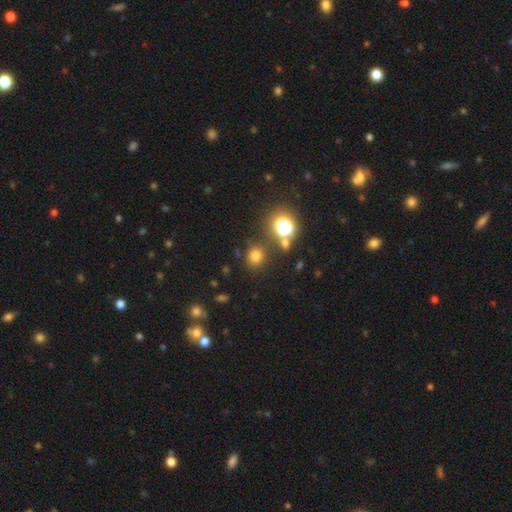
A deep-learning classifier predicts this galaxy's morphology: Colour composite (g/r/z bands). It shows a smooth galaxy with no disk features (70%) that is round (83%). Merging: none (80%).